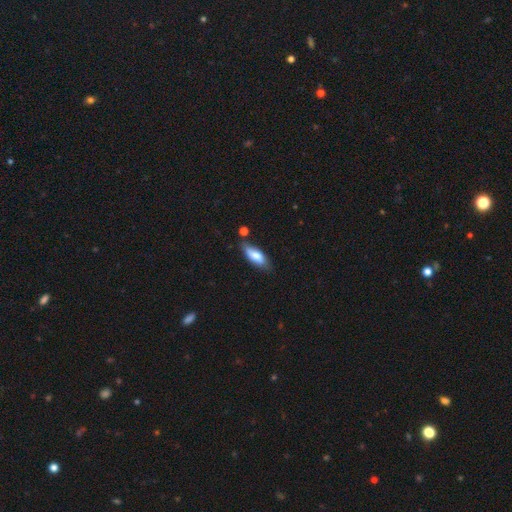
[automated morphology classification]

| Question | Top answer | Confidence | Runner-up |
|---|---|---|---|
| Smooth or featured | smooth | 74% | featured or disk (19%) |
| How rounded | in between | 71% | cigar-shaped (26%) |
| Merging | none | 66% | minor disturbance (22%) |